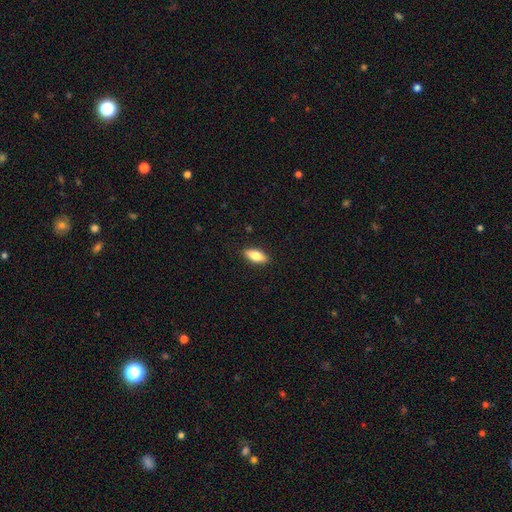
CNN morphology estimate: smooth-or-featured: smooth: 77% | featured or disk: 16% | star or artifact: 6%
  how-rounded: in between: 81% | cigar-shaped: 16% | round: 3%
  merging: none: 89% | minor disturbance: 8% | major disturbance: 2% | merger: 1%